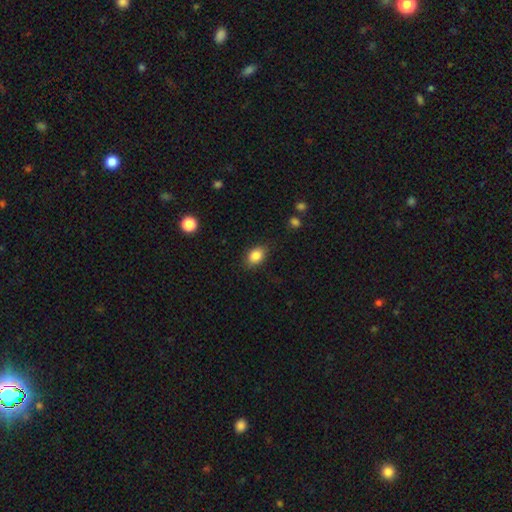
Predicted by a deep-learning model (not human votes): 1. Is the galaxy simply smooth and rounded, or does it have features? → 86% smooth, 9% star or artifact, 6% featured or disk.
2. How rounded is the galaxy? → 76% in between, 23% round, 1% cigar-shaped.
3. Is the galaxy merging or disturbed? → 82% none, 13% minor disturbance, 3% major disturbance, 1% merger.